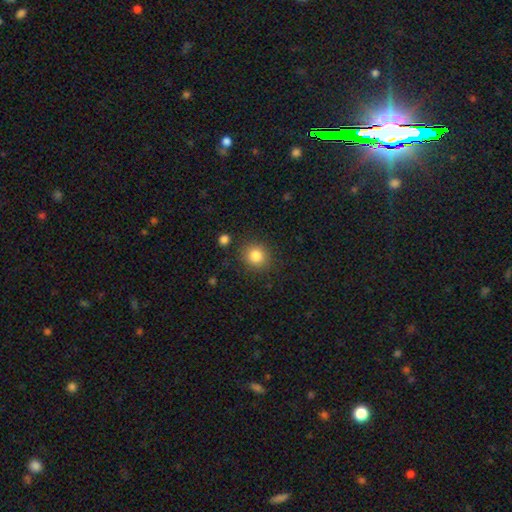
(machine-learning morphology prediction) The model was most divided on "how rounded": round: 86%, in between: 13%, cigar-shaped: 1%. More confident: merging — none (86%); smooth or featured — smooth (84%).